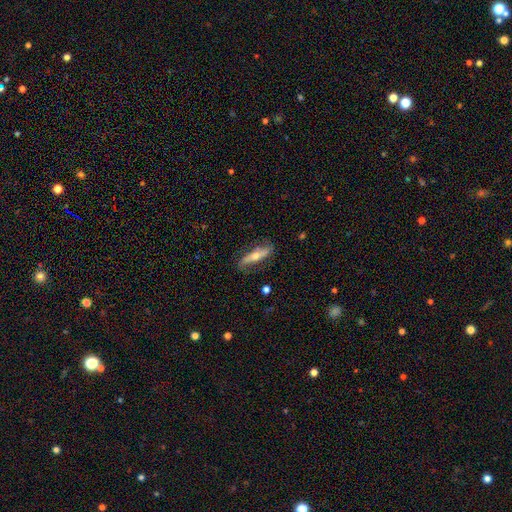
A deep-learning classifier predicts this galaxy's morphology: Q: Smooth or featured?
A: featured or disk (65%); runner-up: smooth (28%)
Q: Edge-on disk?
A: no (55%); runner-up: yes (45%)
Q: Merging?
A: none (76%); runner-up: minor disturbance (17%)